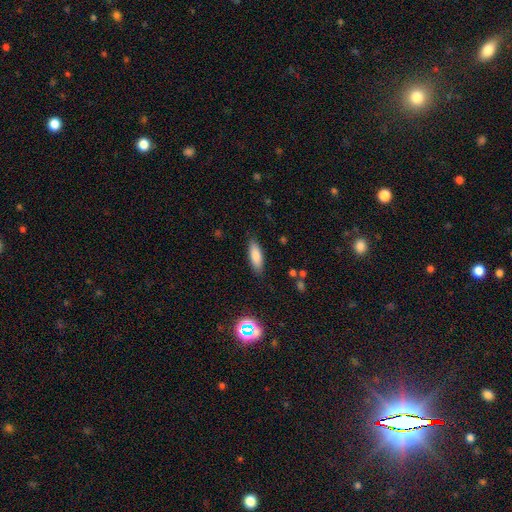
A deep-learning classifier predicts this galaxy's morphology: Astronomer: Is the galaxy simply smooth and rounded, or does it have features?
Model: smooth — 83%.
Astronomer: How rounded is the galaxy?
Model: in between — 59% (runner-up: cigar-shaped, 39%).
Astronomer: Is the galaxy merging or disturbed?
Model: none — 85%.